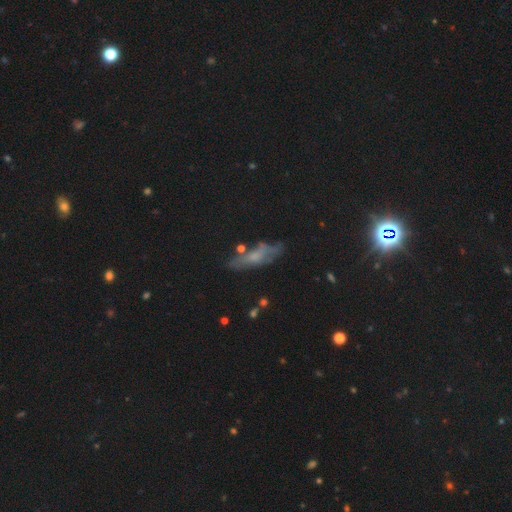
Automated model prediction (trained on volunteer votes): Smooth or featured: featured or disk — 43% (smooth — 38%)
Merging: none — 68% (minor disturbance — 20%)